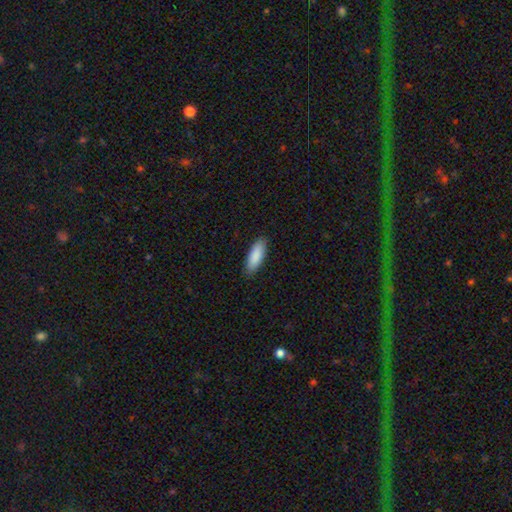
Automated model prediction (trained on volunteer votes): Morphology: type=smooth (89%); roundness=in between (64%); merging=none (88%).